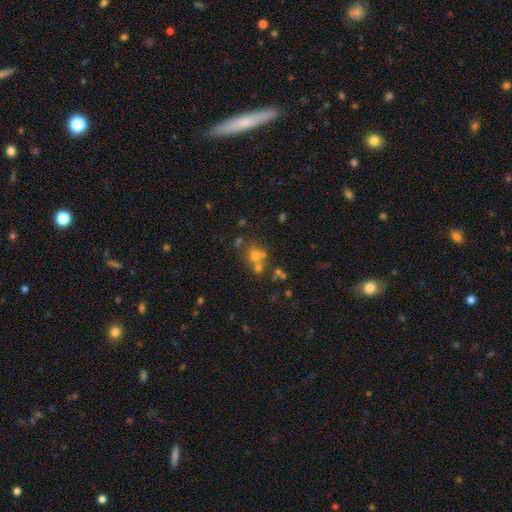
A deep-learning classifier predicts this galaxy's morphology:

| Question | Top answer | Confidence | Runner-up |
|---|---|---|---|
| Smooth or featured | smooth | 57% | star or artifact (23%) |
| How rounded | round | 76% | in between (23%) |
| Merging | none | 47% | merger (37%) |